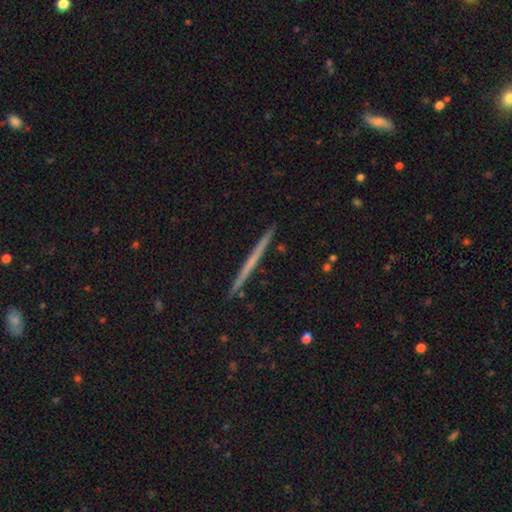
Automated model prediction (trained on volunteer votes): A featured or disk galaxy (55%) viewed edge-on (98%) with no central bulge (90%). Merging: none (93%).